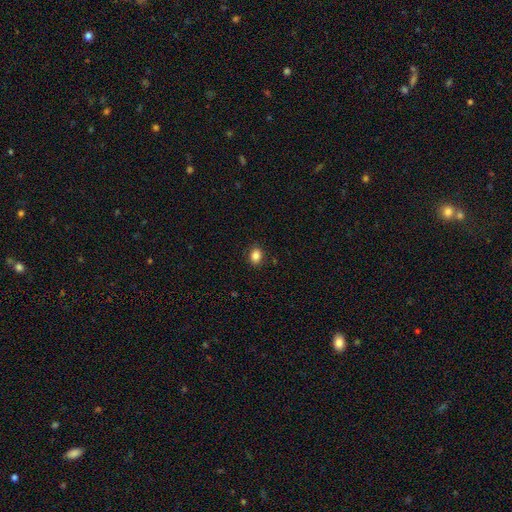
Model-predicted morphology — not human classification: type=smooth (86%); roundness=in between (64%); merging=none (88%).